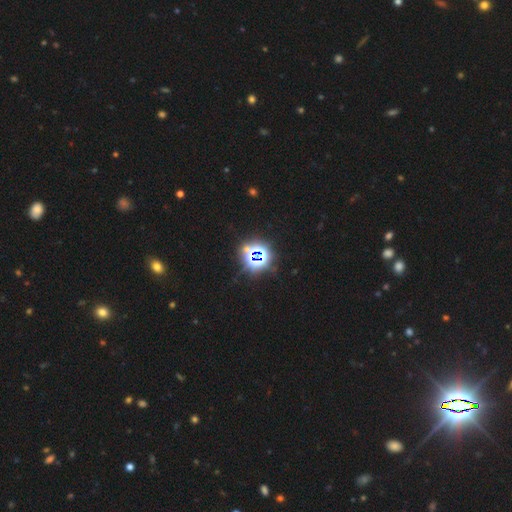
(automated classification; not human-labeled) This appears to be a star or artifact, not a galaxy (79%).